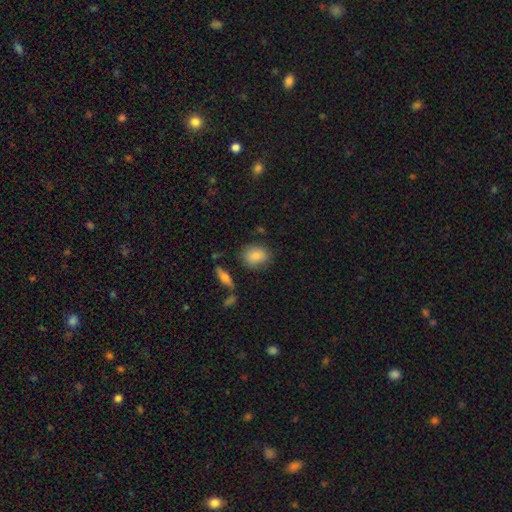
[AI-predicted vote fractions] Smooth or featured? smooth (81%)
How rounded? round (50%)
Merging? none (78%)